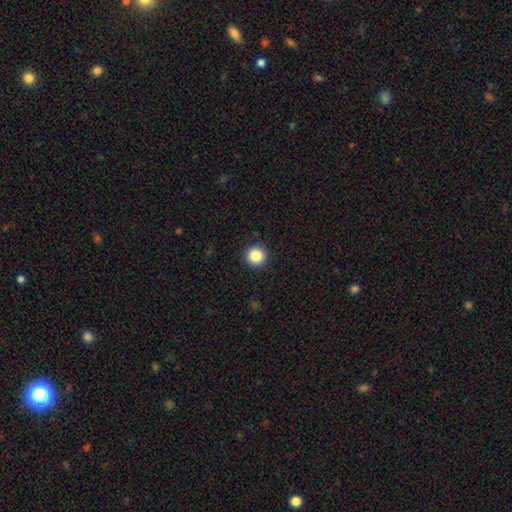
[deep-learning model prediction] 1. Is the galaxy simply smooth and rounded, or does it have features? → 86% smooth, 10% star or artifact, 4% featured or disk.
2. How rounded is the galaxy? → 96% round, 3% in between, 1% cigar-shaped.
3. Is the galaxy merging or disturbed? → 93% none, 5% minor disturbance, 2% major disturbance, 1% merger.